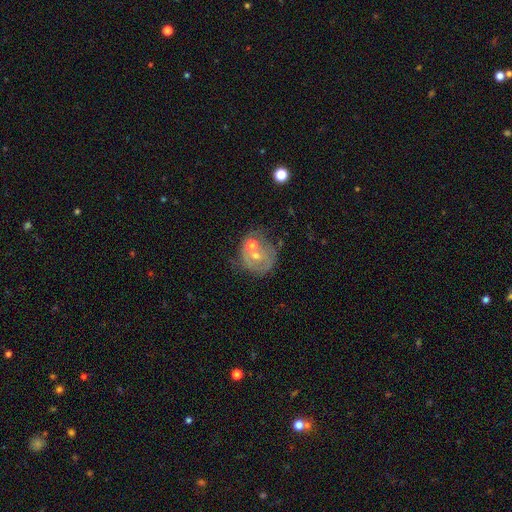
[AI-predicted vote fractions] Smooth or featured?
  - featured or disk: 56% *
  - smooth: 30%
  - star or artifact: 14%
Edge-on disk?
  - no: 97% *
  - yes: 3%
Bar?
  - no: 79% *
  - weak: 16%
  - strong: 5%
Spiral arms?
  - no: 55% *
  - yes: 45%
Bulge size?
  - moderate: 51% *
  - small: 41%
  - none: 4%
  - large: 2%
  - dominant: 1%
Merging?
  - none: 47% *
  - merger: 24%
  - minor disturbance: 17%
  - major disturbance: 12%